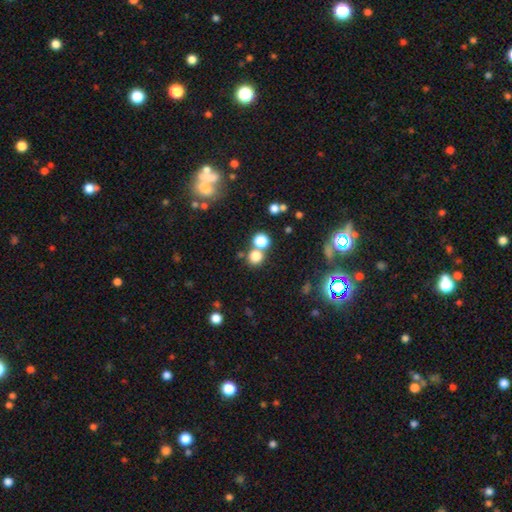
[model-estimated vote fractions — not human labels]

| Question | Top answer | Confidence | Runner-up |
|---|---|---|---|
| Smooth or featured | smooth | 76% | star or artifact (17%) |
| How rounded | round | 87% | in between (12%) |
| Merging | none | 62% | merger (27%) |